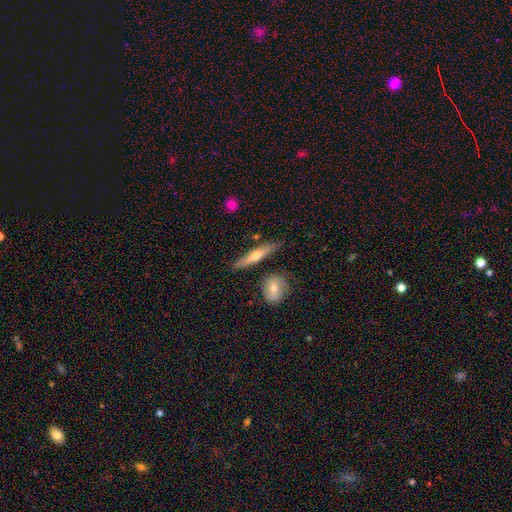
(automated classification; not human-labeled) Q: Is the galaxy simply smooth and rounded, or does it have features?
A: featured or disk — 50%.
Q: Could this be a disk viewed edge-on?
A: yes — 89%.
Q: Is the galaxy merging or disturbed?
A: none — 81%.